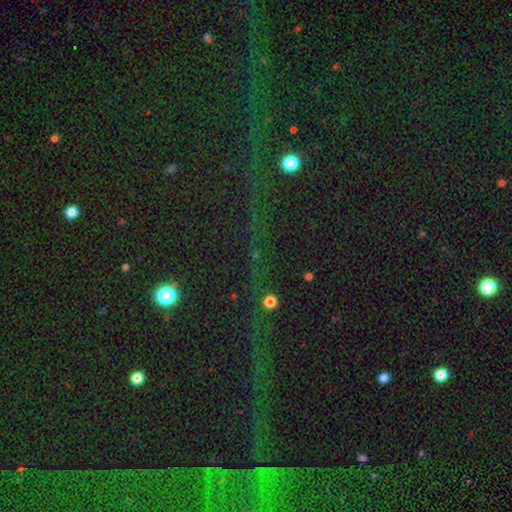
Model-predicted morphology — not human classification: A star or artifact, not a galaxy (78%).